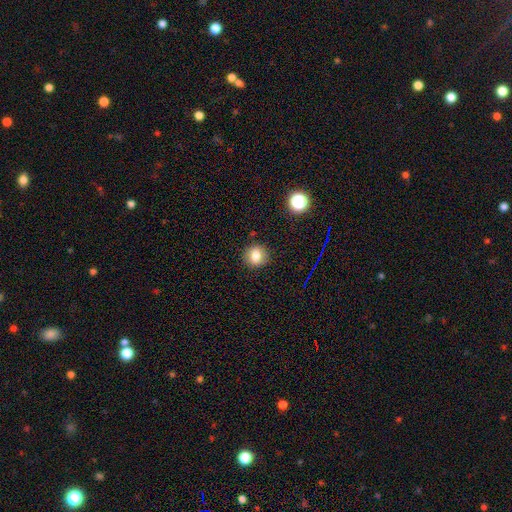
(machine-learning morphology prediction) smooth 81%, star or artifact 12%, featured or disk 7%. Down the decision tree: how rounded — round (82%); merging — none (87%).